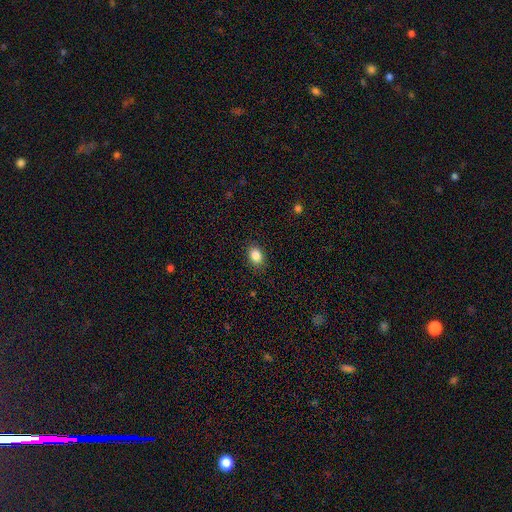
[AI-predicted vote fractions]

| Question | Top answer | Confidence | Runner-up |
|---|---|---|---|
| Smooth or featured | smooth | 86% | star or artifact (9%) |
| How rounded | in between | 68% | round (31%) |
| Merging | none | 88% | minor disturbance (9%) |